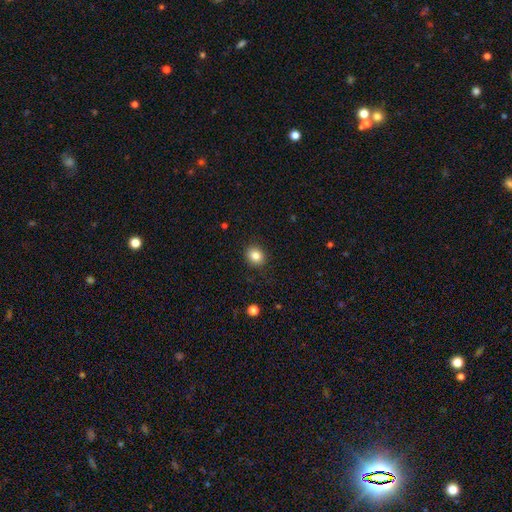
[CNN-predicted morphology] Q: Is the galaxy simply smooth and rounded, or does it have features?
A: smooth — 84%.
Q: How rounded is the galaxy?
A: round — 68%.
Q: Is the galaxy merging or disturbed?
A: none — 89%.